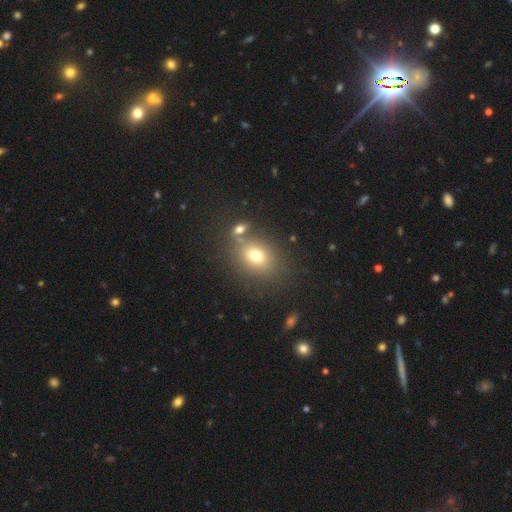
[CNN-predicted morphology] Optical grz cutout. It shows a smooth galaxy with no disk features (73%) that is in between round and cigar-shaped (59%). Merging: none (68%).